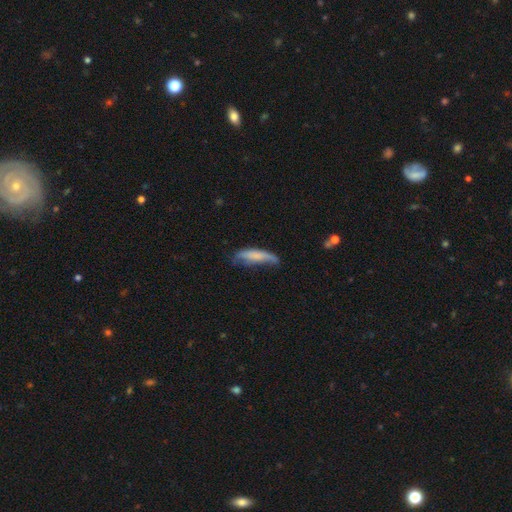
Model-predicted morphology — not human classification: This appears to be a smooth galaxy with no disk features (67%) that is cigar-shaped (72%). Merging: none (39%).